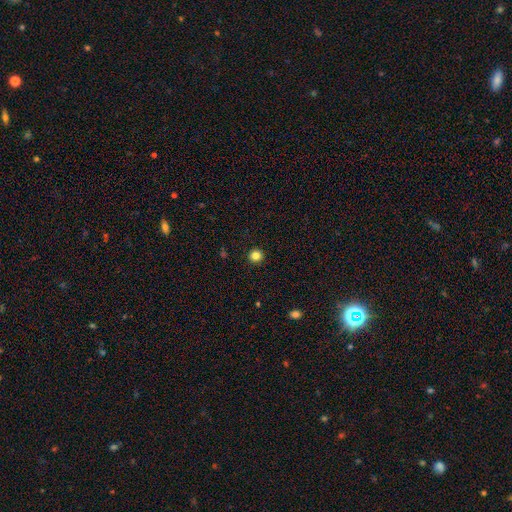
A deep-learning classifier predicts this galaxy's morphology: This is clearly a smooth galaxy (83%). How rounded: clearly round (95%). Merging: clearly none (93%).